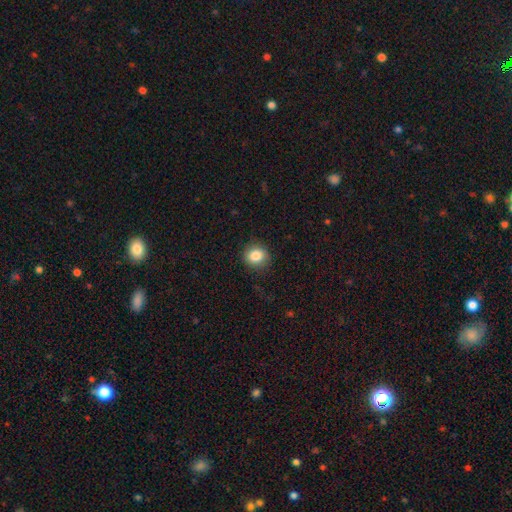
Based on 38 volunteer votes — Smooth or featured?
  - smooth: 89% *
  - star or artifact: 8%
  - featured or disk: 3%
How rounded?
  - round: 88% *
  - in between: 12%
  - cigar-shaped: 0%
Merging?
  - none: 91% *
  - minor disturbance: 3%
  - major disturbance: 3%
  - merger: 3%